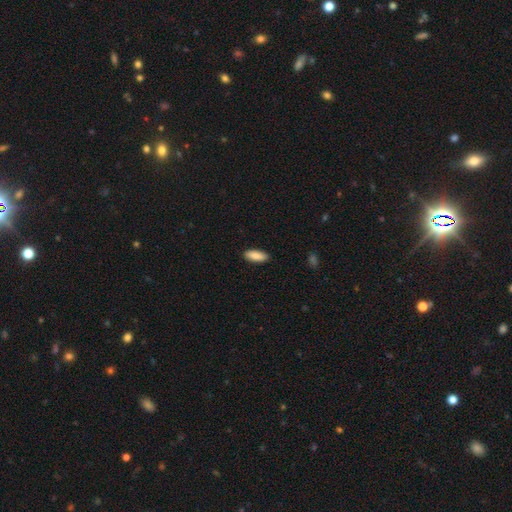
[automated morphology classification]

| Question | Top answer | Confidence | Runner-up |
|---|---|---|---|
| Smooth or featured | smooth | 88% | featured or disk (6%) |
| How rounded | in between | 79% | cigar-shaped (19%) |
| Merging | none | 89% | minor disturbance (9%) |